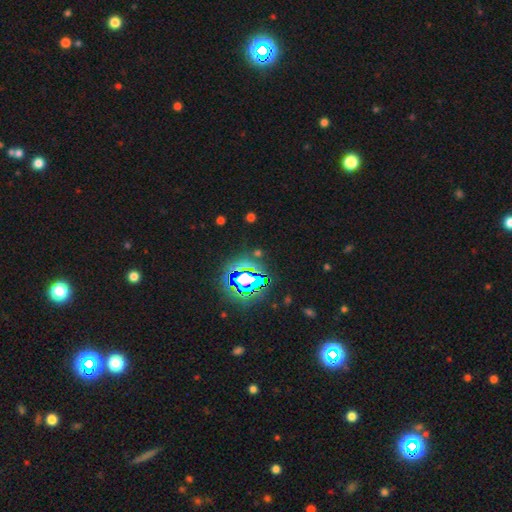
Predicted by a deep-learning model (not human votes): Q: Smooth or featured?
A: star or artifact (77%); runner-up: smooth (14%)